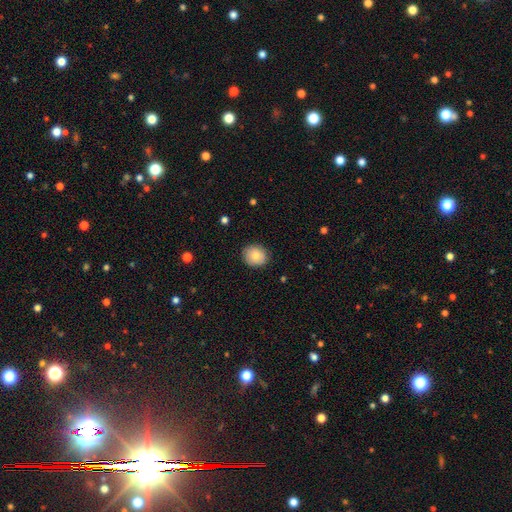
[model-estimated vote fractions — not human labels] This is likely a smooth galaxy (79%). How rounded: likely round (74%). Merging: clearly none (87%).